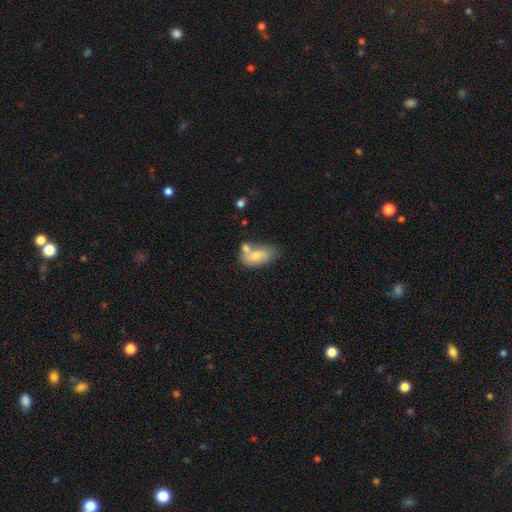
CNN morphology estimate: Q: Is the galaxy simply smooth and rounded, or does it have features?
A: smooth — 65%.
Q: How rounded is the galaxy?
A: in between — 90%.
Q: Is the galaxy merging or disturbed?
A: none — 37%.